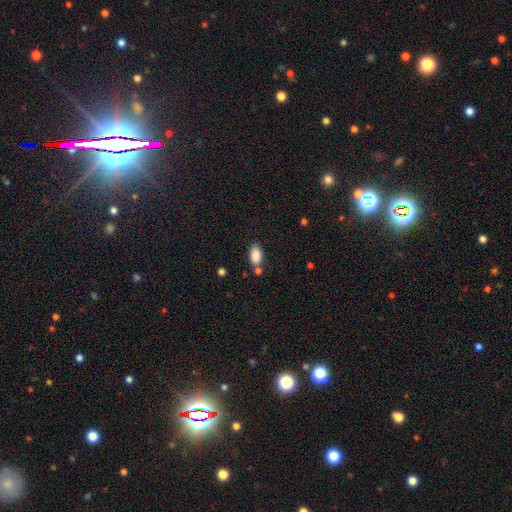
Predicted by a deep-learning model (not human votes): Morphology: type=smooth (87%); roundness=in between (91%); merging=none (67%).